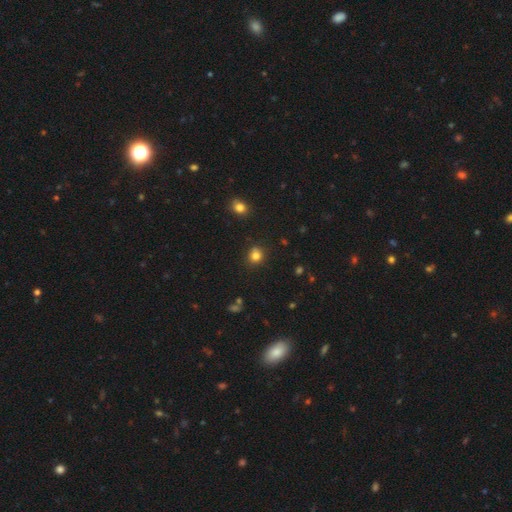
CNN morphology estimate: A smooth galaxy with no disk features (82%) that is round (80%). Merging: none (84%).